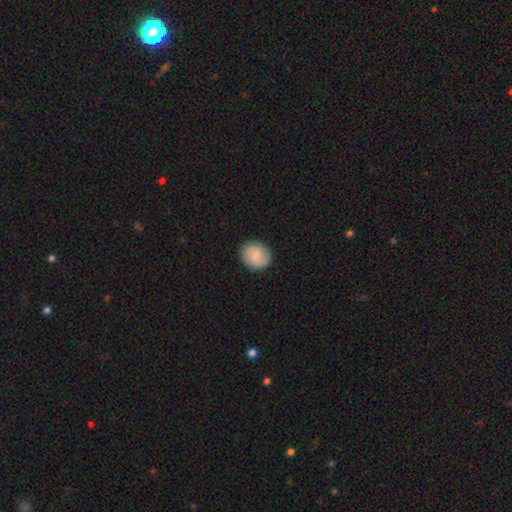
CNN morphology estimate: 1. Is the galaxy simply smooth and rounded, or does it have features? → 73% smooth, 21% featured or disk, 7% star or artifact.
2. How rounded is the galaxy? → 72% round, 27% in between, 1% cigar-shaped.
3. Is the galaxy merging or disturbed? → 88% none, 9% minor disturbance, 2% major disturbance, 1% merger.